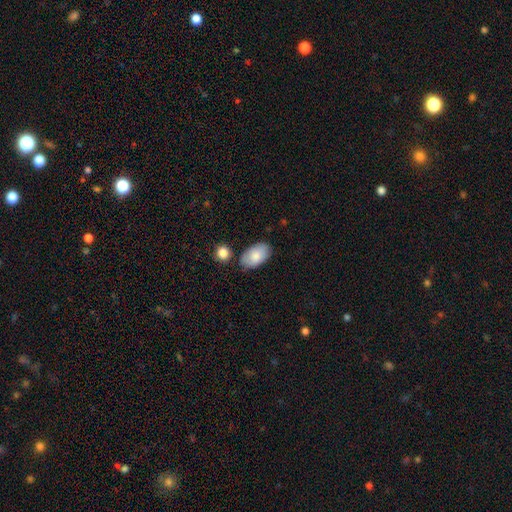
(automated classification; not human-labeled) Morphology: type=smooth (83%); roundness=in between (94%); merging=none (74%).